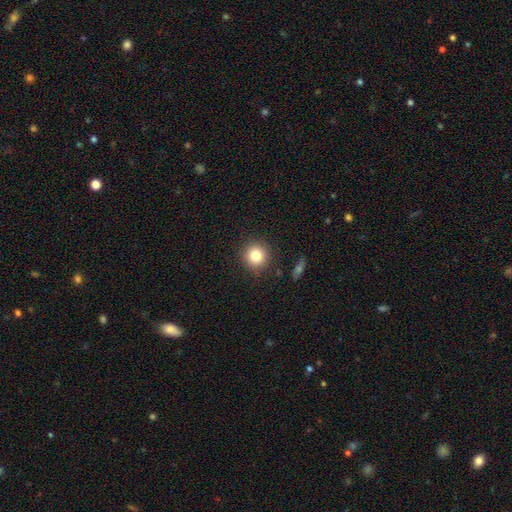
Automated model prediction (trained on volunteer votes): A smooth galaxy with no disk features (82%) that is round (93%). Merging: none (90%).